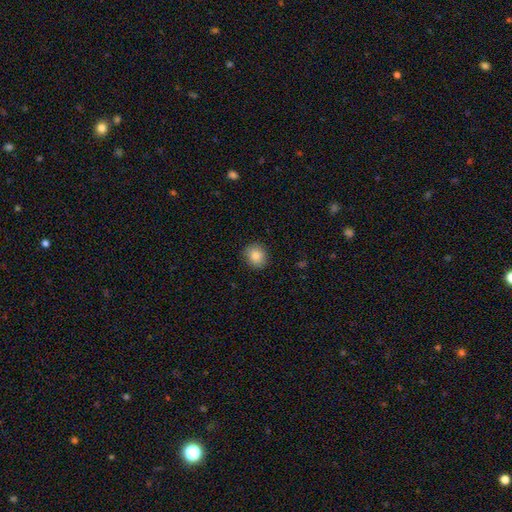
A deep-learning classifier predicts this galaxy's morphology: Smooth or featured? Predicted: smooth (p=0.85). How rounded? Predicted: round (p=0.82). Merging? Predicted: none (p=0.87).